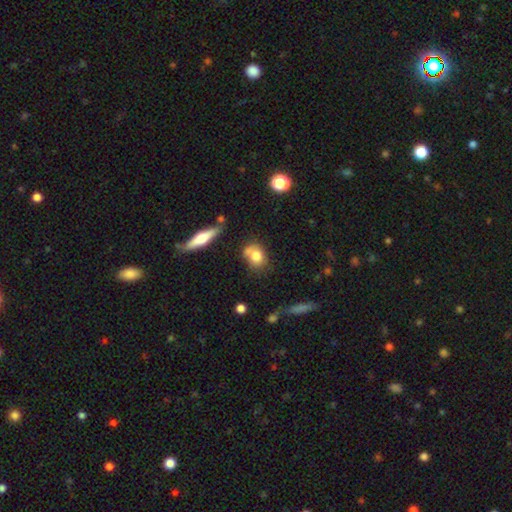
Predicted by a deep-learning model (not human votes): Smooth or featured?
  - smooth: 74% *
  - featured or disk: 16%
  - star or artifact: 9%
How rounded?
  - in between: 57% *
  - round: 40%
  - cigar-shaped: 3%
Merging?
  - none: 47% *
  - minor disturbance: 24%
  - merger: 21%
  - major disturbance: 9%